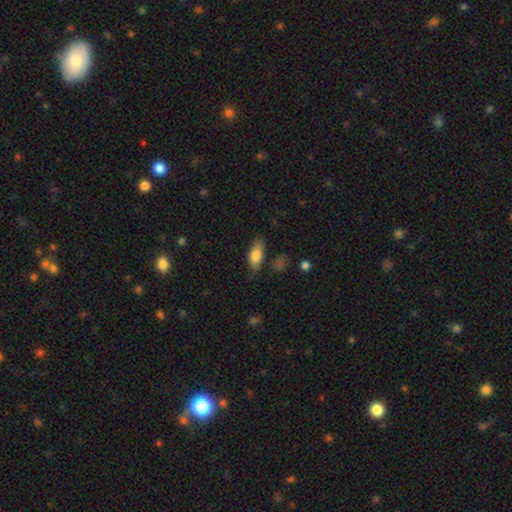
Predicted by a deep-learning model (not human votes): Q: Smooth or featured?
A: smooth (79%); runner-up: featured or disk (14%)
Q: How rounded?
A: in between (78%); runner-up: cigar-shaped (19%)
Q: Merging?
A: none (68%); runner-up: minor disturbance (23%)